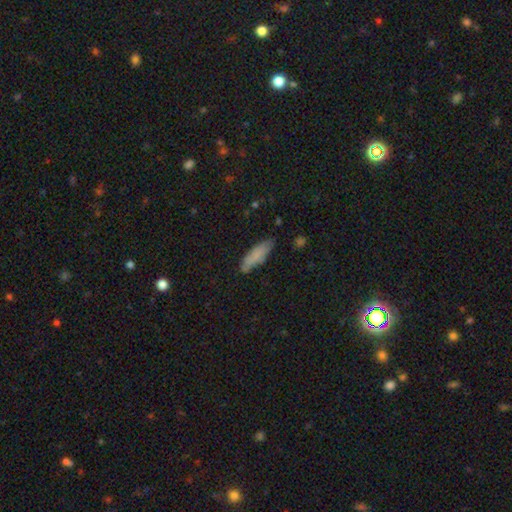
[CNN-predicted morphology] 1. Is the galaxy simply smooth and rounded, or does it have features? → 81% smooth, 12% featured or disk, 7% star or artifact.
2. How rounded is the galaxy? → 57% cigar-shaped, 42% in between, 2% round.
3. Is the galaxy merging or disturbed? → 75% none, 19% minor disturbance, 4% major disturbance, 2% merger.